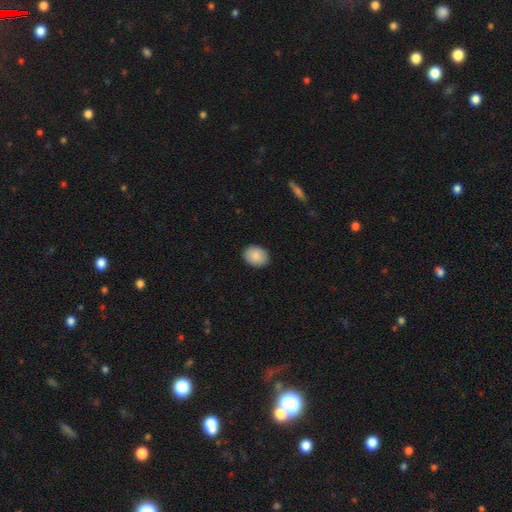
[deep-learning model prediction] smooth-or-featured: smooth: 89% | star or artifact: 6% | featured or disk: 4%
  how-rounded: in between: 58% | round: 41% | cigar-shaped: 1%
  merging: none: 90% | minor disturbance: 8% | major disturbance: 2% | merger: 1%